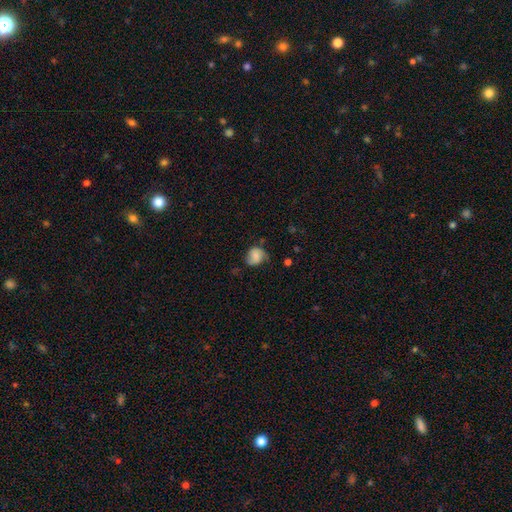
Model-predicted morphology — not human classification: This is likely a smooth galaxy (64%). How rounded: likely round (62%). Merging: possibly none (52%).